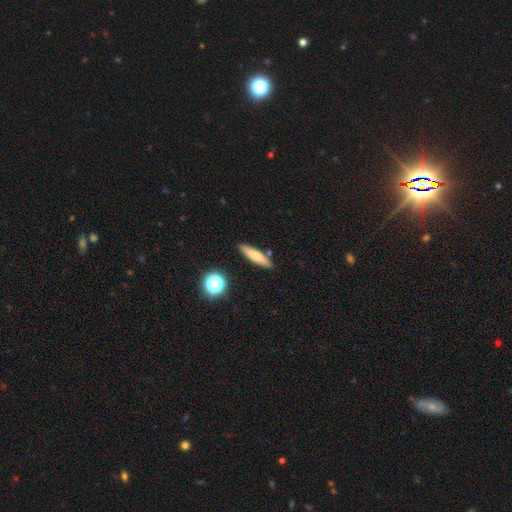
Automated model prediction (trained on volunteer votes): smooth_or_featured: smooth (p=0.68) [alt: featured or disk p=0.23]
how_rounded: cigar-shaped (p=0.80) [alt: in between p=0.18]
merging: none (p=0.85) [alt: minor disturbance p=0.09]